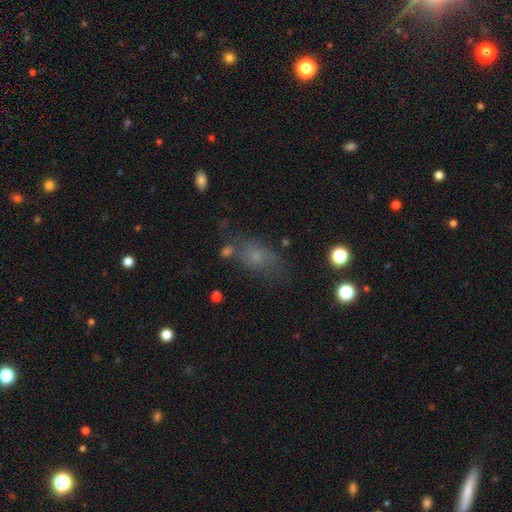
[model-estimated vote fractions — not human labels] Morphology: type=smooth (56%); roundness=in between (76%); merging=none (58%).